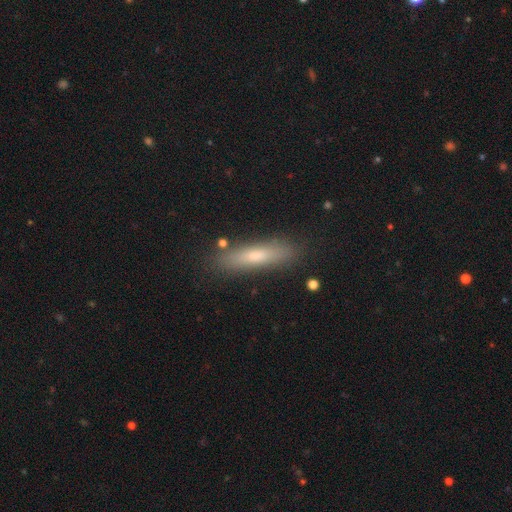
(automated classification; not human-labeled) Q: Smooth or featured?
A: smooth (68%); runner-up: featured or disk (25%)
Q: How rounded?
A: cigar-shaped (77%); runner-up: in between (21%)
Q: Merging?
A: none (84%); runner-up: minor disturbance (11%)